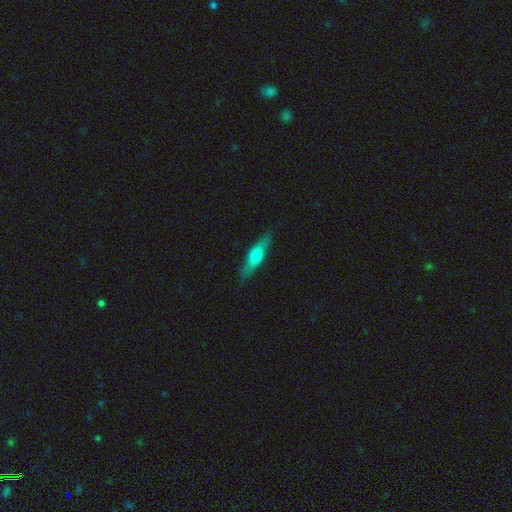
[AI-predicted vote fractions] Morphology: type=smooth (58%); roundness=cigar-shaped (67%); merging=none (85%).